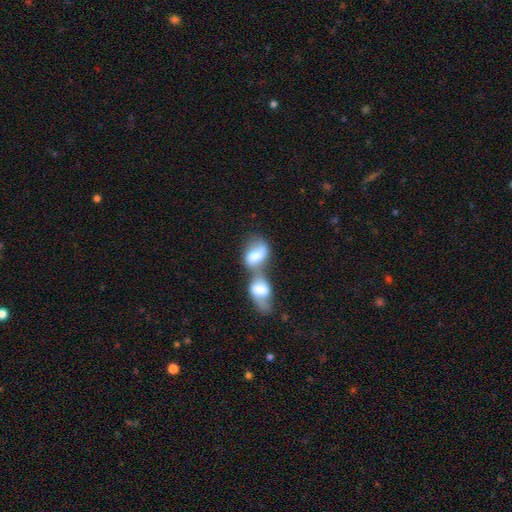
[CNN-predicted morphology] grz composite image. It shows a smooth galaxy with no disk features (59%) that is in between round and cigar-shaped (85%). Merging: merger (81%).